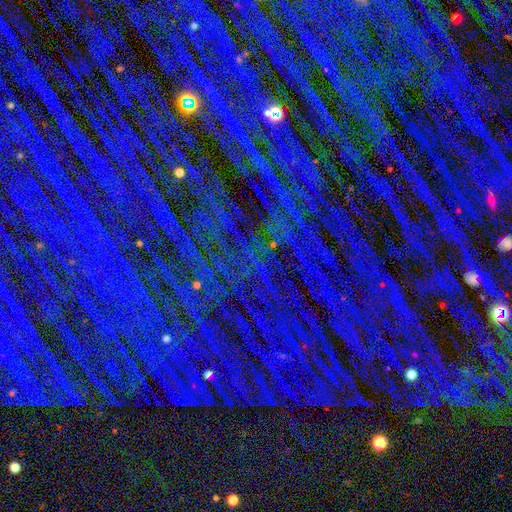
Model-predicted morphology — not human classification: A star or artifact, not a galaxy (86%).